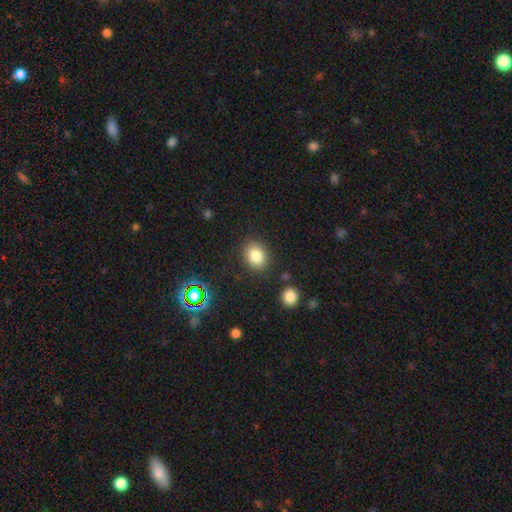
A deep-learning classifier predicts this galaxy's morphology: smooth-or-featured: smooth: 82% | star or artifact: 11% | featured or disk: 7%
  how-rounded: round: 56% | in between: 43% | cigar-shaped: 1%
  merging: none: 85% | minor disturbance: 9% | major disturbance: 3% | merger: 3%